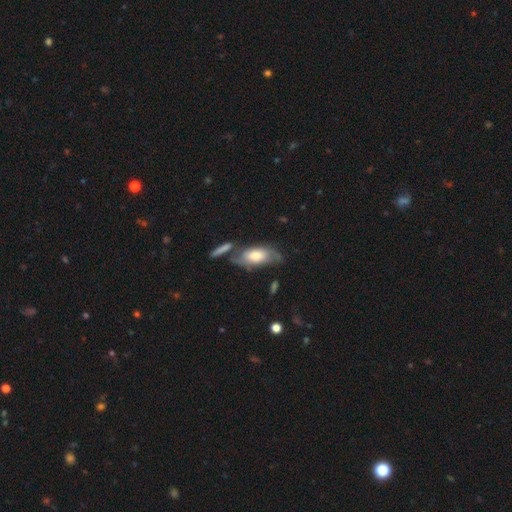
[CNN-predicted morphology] Overall: smooth (59%; featured or disk 34%). How rounded: in between (85%). Merging: none (50%; minor disturbance 23%).